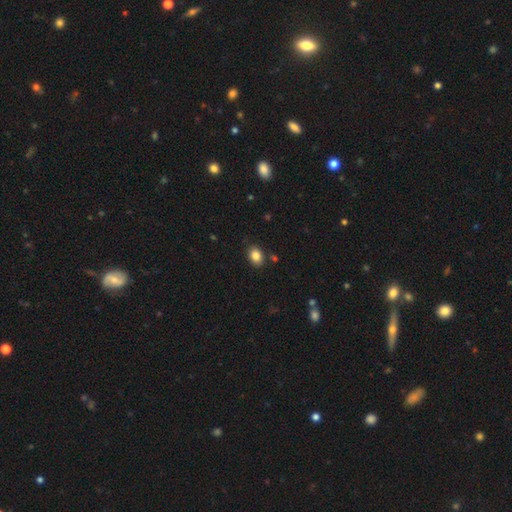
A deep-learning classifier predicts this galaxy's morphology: This is clearly a smooth galaxy (86%). How rounded: likely in between (77%). Merging: clearly none (84%).